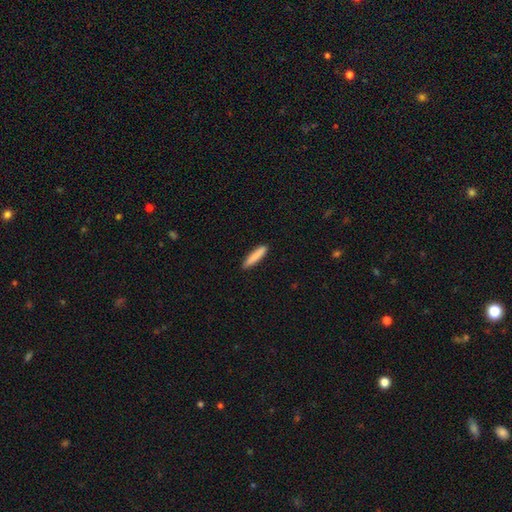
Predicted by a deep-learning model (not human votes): The model was most divided on "how rounded": cigar-shaped: 88%, in between: 11%, round: 1%. More confident: merging — none (89%); smooth or featured — smooth (86%).